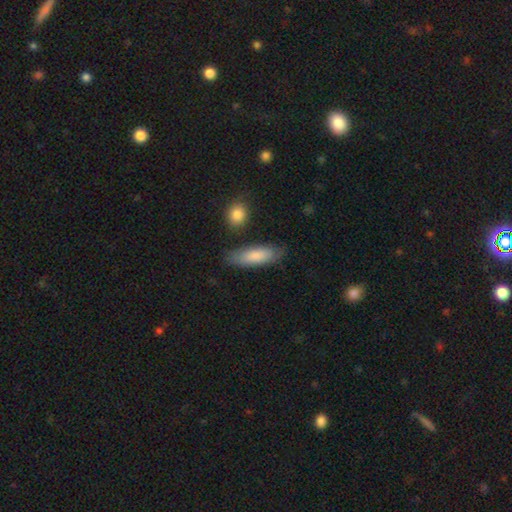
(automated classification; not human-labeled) smooth 82%, featured or disk 13%, star or artifact 6%. Down the decision tree: how rounded — in between (55%); merging — none (77%).